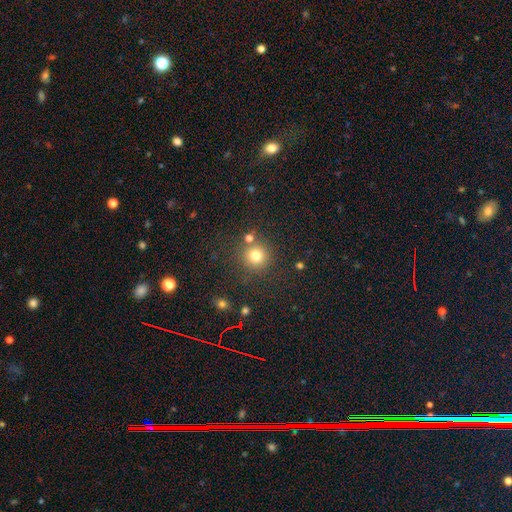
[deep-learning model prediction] Smooth or featured: smooth — 78% (star or artifact — 15%)
How rounded: round — 93% (in between — 6%)
Merging: none — 80% (merger — 8%)